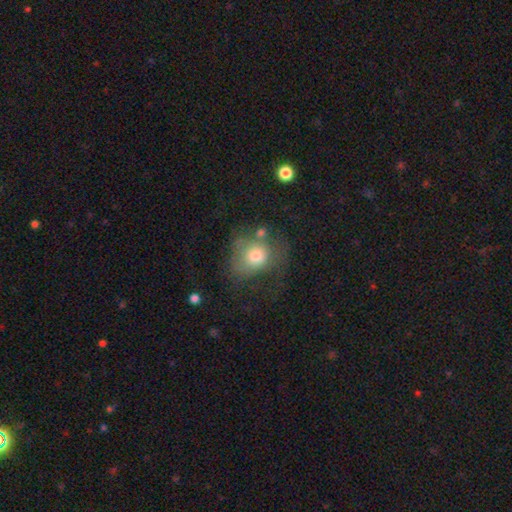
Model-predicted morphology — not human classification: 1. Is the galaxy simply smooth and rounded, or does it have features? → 65% smooth, 25% featured or disk, 11% star or artifact.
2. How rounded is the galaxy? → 64% round, 35% in between, 1% cigar-shaped.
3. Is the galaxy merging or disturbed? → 38% none, 30% major disturbance, 24% minor disturbance, 8% merger.